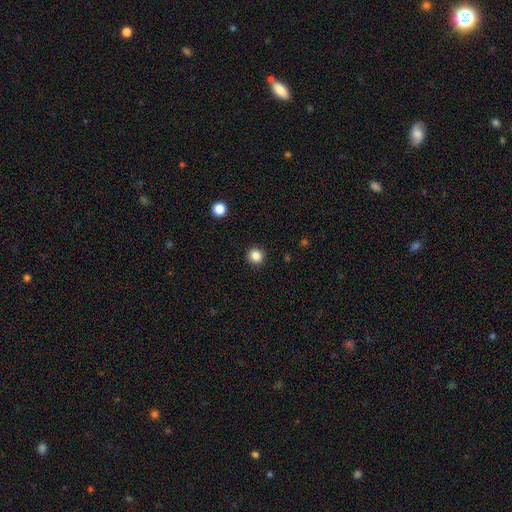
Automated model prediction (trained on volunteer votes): A smooth galaxy with no disk features (85%) that is round (94%). Merging: none (92%).